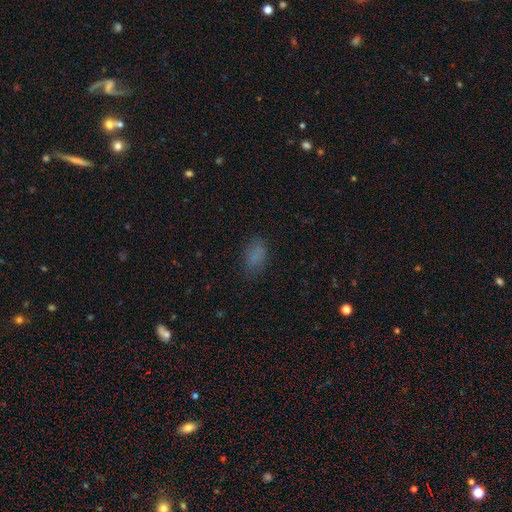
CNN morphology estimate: Overall: smooth (80%). How rounded: in between (91%). Merging: none (76%).